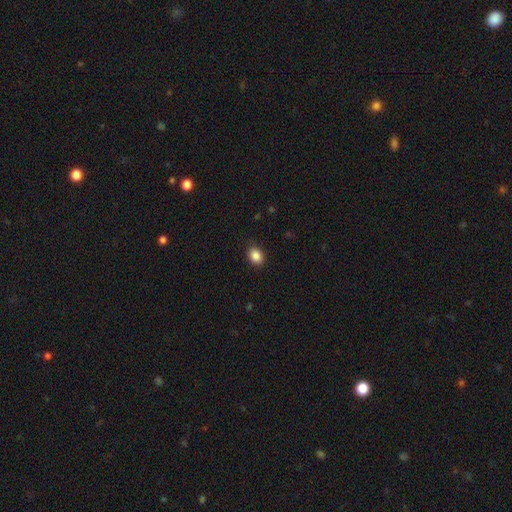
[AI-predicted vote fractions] Smooth or featured? smooth (87%)
How rounded? in between (57%)
Merging? none (87%)